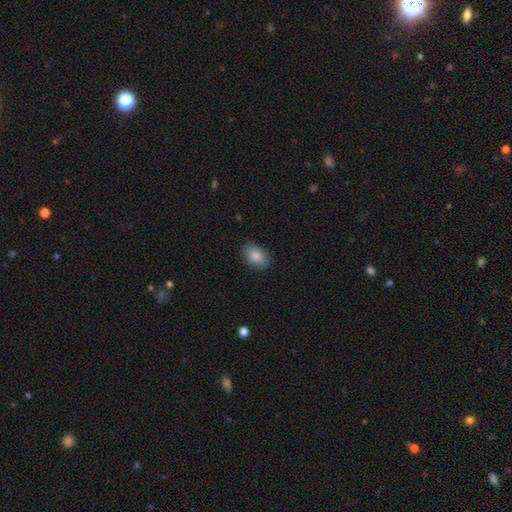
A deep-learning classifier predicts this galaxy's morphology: The model was most divided on "how rounded": in between: 83%, round: 16%, cigar-shaped: 1%. More confident: smooth or featured — smooth (86%); merging — none (85%).